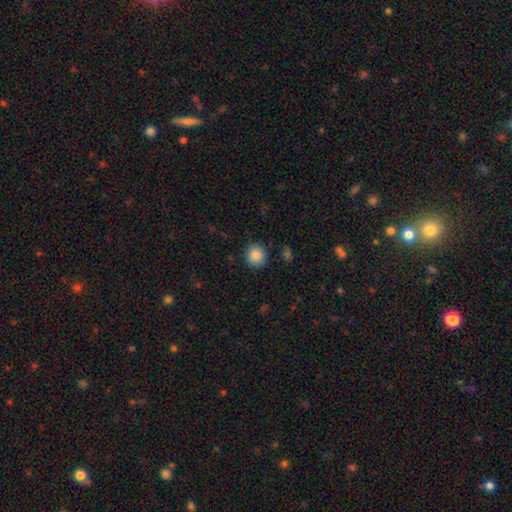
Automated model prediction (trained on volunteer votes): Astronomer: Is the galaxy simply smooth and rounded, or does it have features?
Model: smooth — 88%.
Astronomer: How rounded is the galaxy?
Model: round — 89%.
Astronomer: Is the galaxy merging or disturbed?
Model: none — 89%.